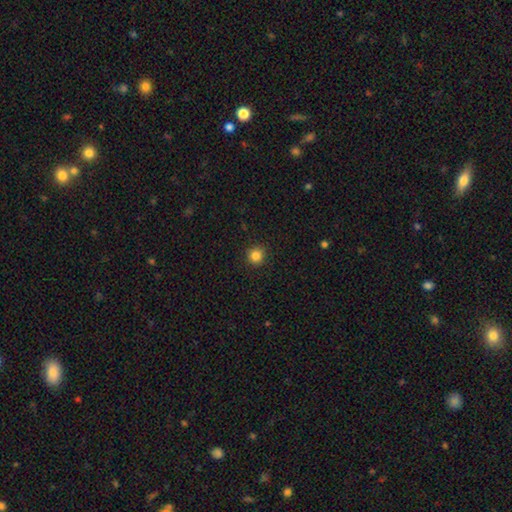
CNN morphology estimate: Q: Smooth or featured?
A: smooth (84%); runner-up: star or artifact (12%)
Q: How rounded?
A: round (94%); runner-up: in between (5%)
Q: Merging?
A: none (92%); runner-up: minor disturbance (5%)